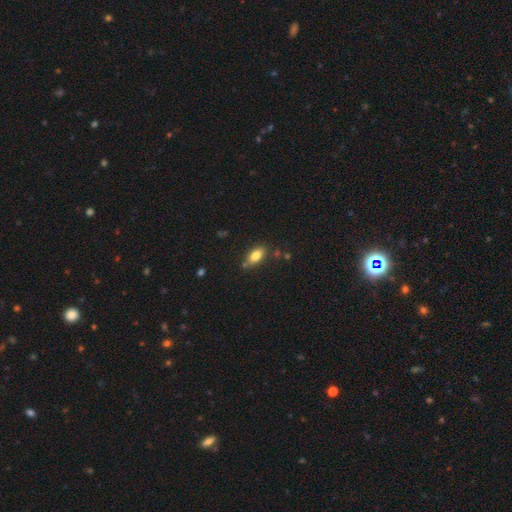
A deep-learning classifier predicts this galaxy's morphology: A smooth galaxy with no disk features (81%) that is in between round and cigar-shaped (88%).

Vote fractions:
- Smooth or featured? smooth: 81% / featured or disk: 11% / star or artifact: 8%
- How rounded? in between: 88% / cigar-shaped: 7% / round: 5%
- Merging? none: 76% / minor disturbance: 14% / merger: 6% / major disturbance: 3%